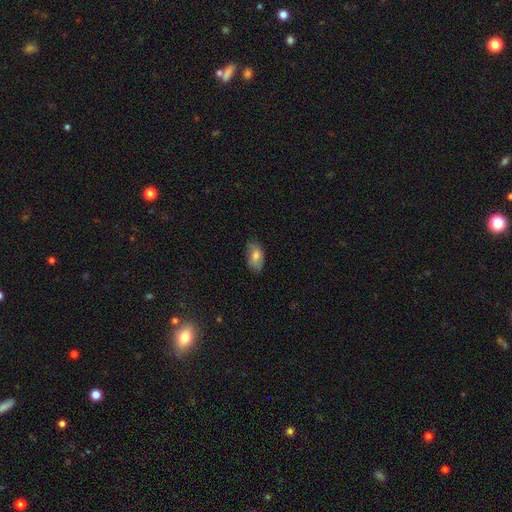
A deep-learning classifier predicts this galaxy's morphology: Overall: smooth (76%). How rounded: in between (92%). Merging: none (72%).